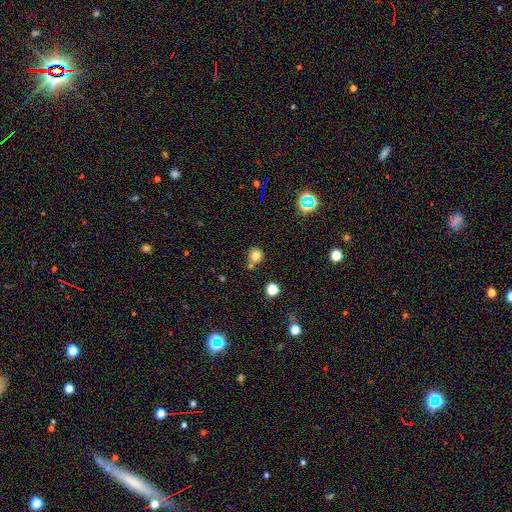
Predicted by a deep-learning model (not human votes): A smooth galaxy with no disk features (76%) that is round (89%).

Vote fractions:
- Smooth or featured? smooth: 76% / star or artifact: 15% / featured or disk: 9%
- How rounded? round: 89% / in between: 10% / cigar-shaped: 1%
- Merging? none: 64% / merger: 21% / minor disturbance: 12% / major disturbance: 3%